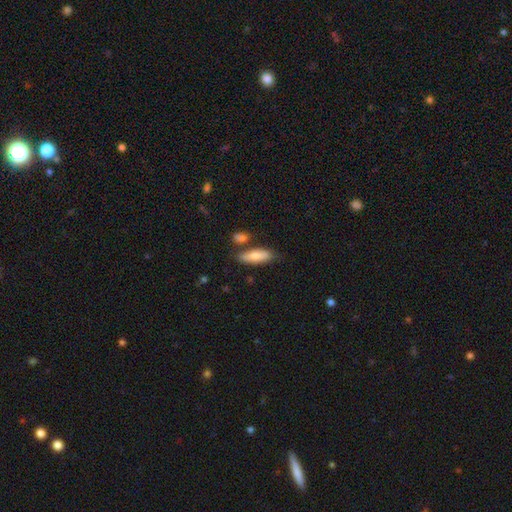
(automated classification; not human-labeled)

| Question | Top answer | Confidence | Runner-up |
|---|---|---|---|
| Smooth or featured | smooth | 79% | featured or disk (15%) |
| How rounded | in between | 53% | cigar-shaped (45%) |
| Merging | none | 70% | minor disturbance (15%) |